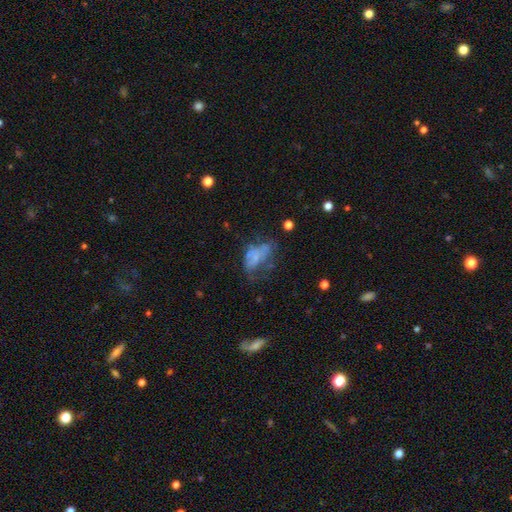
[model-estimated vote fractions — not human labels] Smooth or featured? smooth (45%)
Merging? major disturbance (40%)